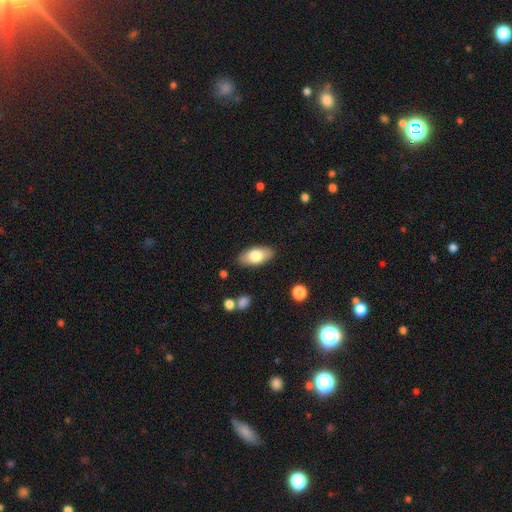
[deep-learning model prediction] A smooth galaxy with no disk features (77%) that is in between round and cigar-shaped (92%). Merging: none (86%).